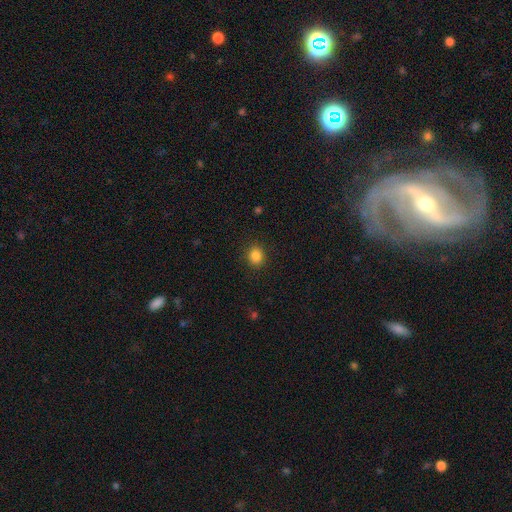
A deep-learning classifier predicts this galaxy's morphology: type=smooth (85%); roundness=round (72%); merging=none (90%).